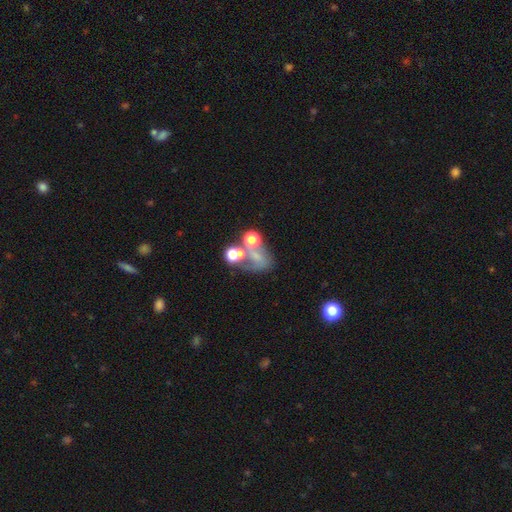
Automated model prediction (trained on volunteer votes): smooth 43%, featured or disk 31%, star or artifact 25%. Down the decision tree: merging — merger (36%).